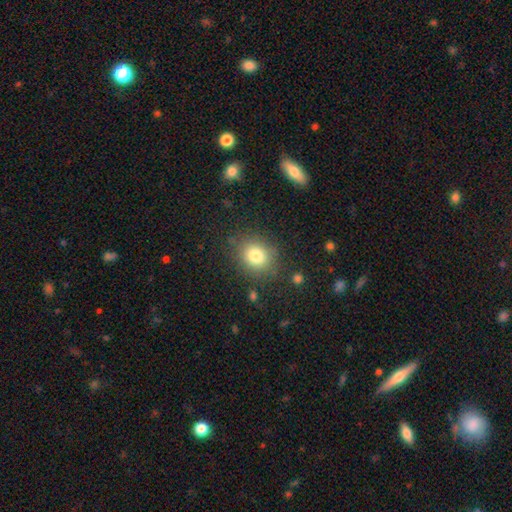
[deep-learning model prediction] smooth 80%, star or artifact 12%, featured or disk 8%. Down the decision tree: how rounded — round (69%); merging — none (83%).